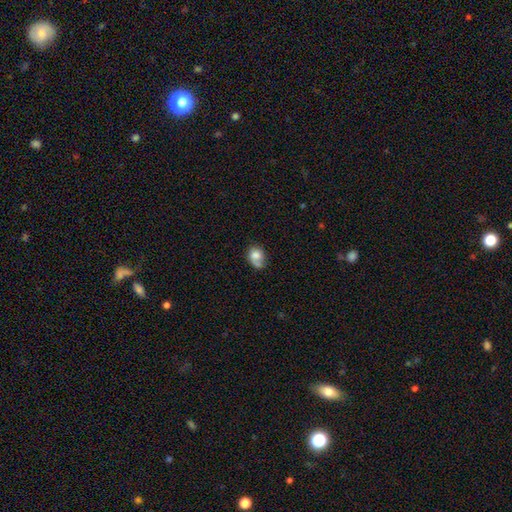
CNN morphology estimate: A smooth galaxy with no disk features (73%) that is round (53%).

Vote fractions:
- Smooth or featured? smooth: 73% / featured or disk: 18% / star or artifact: 9%
- How rounded? round: 53% / in between: 46% / cigar-shaped: 1%
- Merging? none: 41% / minor disturbance: 26% / major disturbance: 17% / merger: 17%